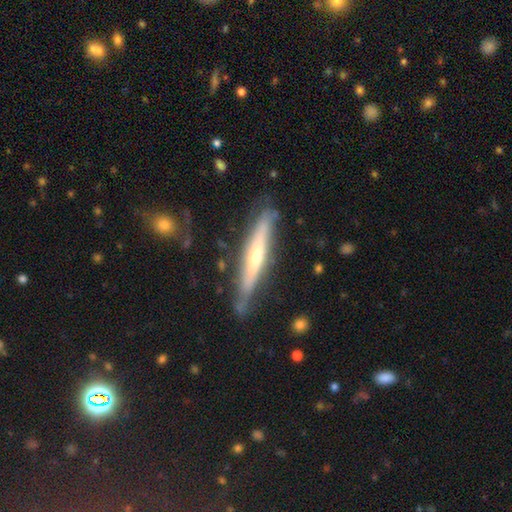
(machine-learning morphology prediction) smooth-or-featured: featured or disk: 61% | smooth: 33% | star or artifact: 5%
  disk-edge-on: yes: 89% | no: 11%
    edge-on-bulge: rounded: 55% | none: 33% | boxy: 12%
  merging: none: 75% | minor disturbance: 18% | major disturbance: 4% | merger: 3%